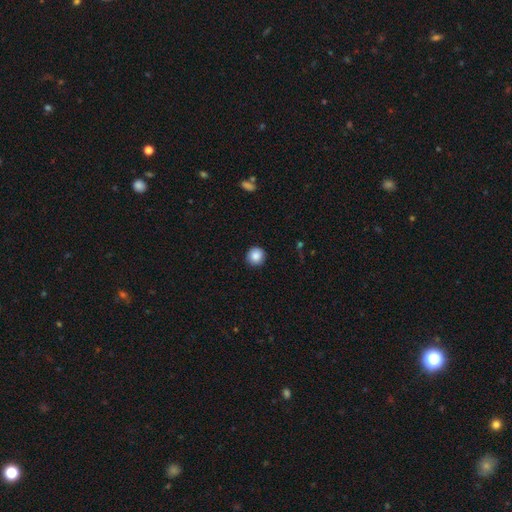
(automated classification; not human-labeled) A smooth galaxy with no disk features (87%) that is round (94%). Merging: none (91%).